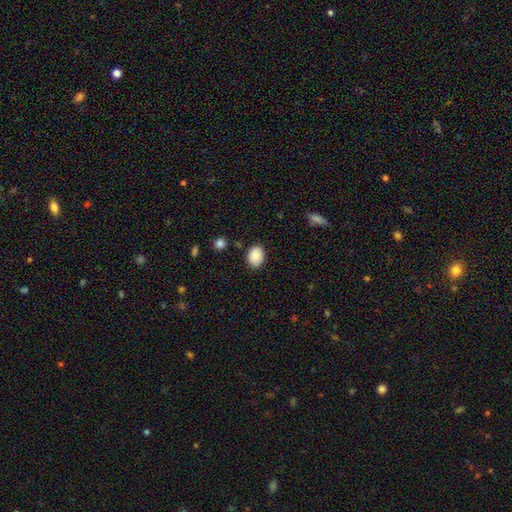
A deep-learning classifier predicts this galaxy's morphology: A smooth galaxy with no disk features (84%) that is in between round and cigar-shaped (63%).

Vote fractions:
- Smooth or featured? smooth: 84% / star or artifact: 8% / featured or disk: 8%
- How rounded? in between: 63% / round: 36% / cigar-shaped: 1%
- Merging? none: 84% / minor disturbance: 11% / major disturbance: 2% / merger: 2%